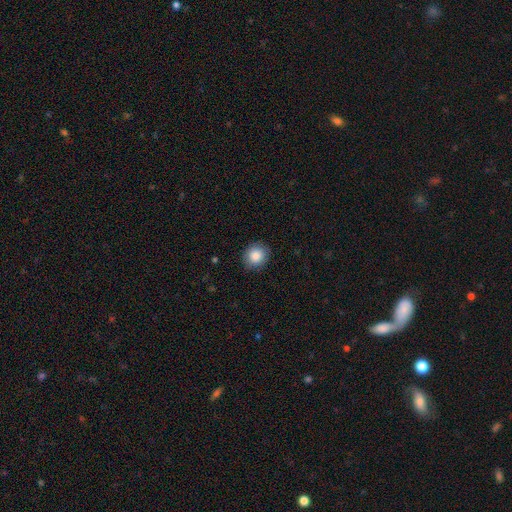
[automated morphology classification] smooth 87%, star or artifact 8%, featured or disk 5%. Down the decision tree: how rounded — round (78%); merging — none (87%).